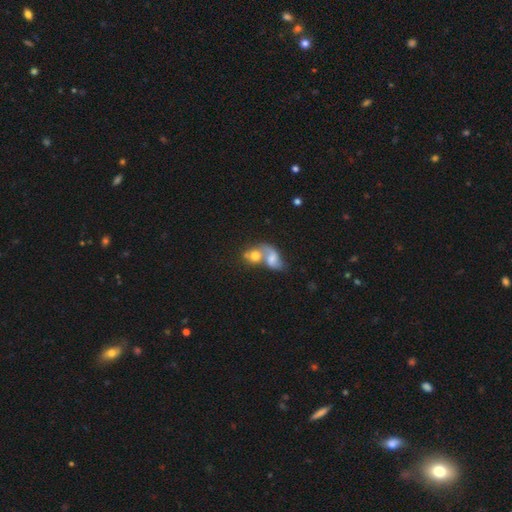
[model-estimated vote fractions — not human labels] smooth 50%, featured or disk 39%, star or artifact 11%. Down the decision tree: merging — merger (76%).